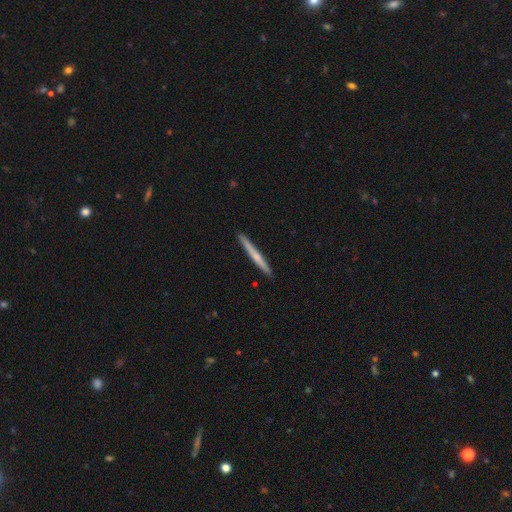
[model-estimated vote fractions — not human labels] smooth-or-featured: featured or disk: 48% | smooth: 46% | star or artifact: 6%
  merging: none: 92% | minor disturbance: 6% | major disturbance: 1% | merger: 1%